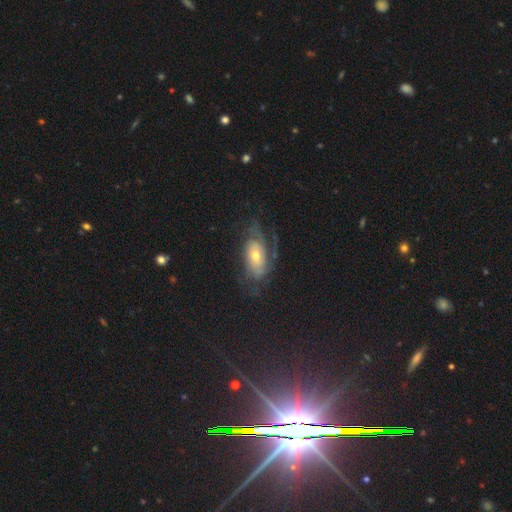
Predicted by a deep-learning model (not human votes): This appears to be a featured or disk galaxy (68%) with no bar (72%), tight (45%) spiral arms (83%) and a moderate central bulge (56%). Merging: none (56%).